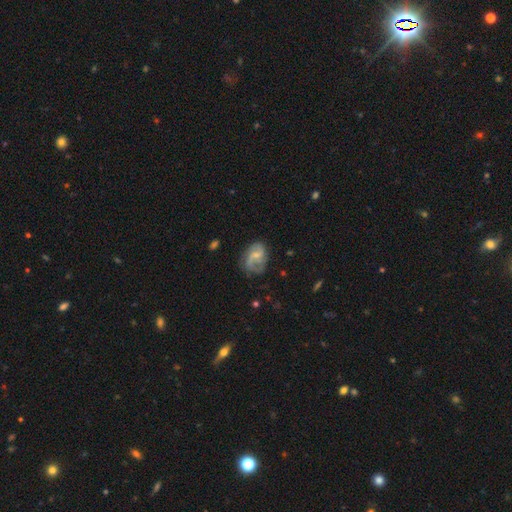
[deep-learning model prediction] Smooth or featured? featured or disk (71%)
Edge-on disk? no (97%)
Bar? weak (45%, tied with no)
Spiral arms? yes (89%)
Spiral winding? loose (48%)
Spiral arm count? 2 (75%)
Bulge size? small (57%)
Merging? none (55%)